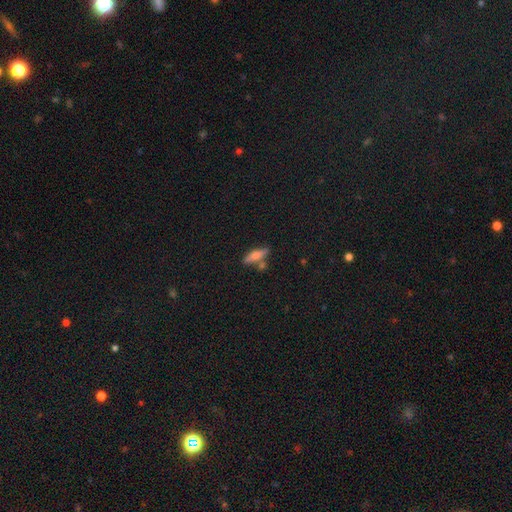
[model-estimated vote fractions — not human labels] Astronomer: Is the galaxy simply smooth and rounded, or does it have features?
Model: smooth — 64%.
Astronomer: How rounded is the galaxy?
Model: cigar-shaped — 58% (runner-up: in between, 39%).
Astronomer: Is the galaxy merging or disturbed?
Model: none — 65%.